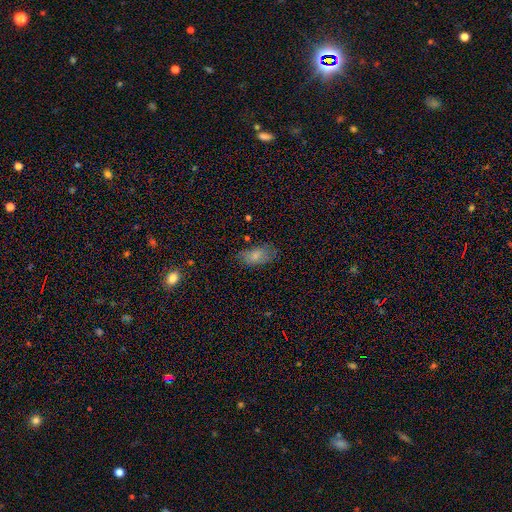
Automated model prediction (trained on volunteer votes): Overall: smooth (78%). How rounded: in between (91%). Merging: none (67%).